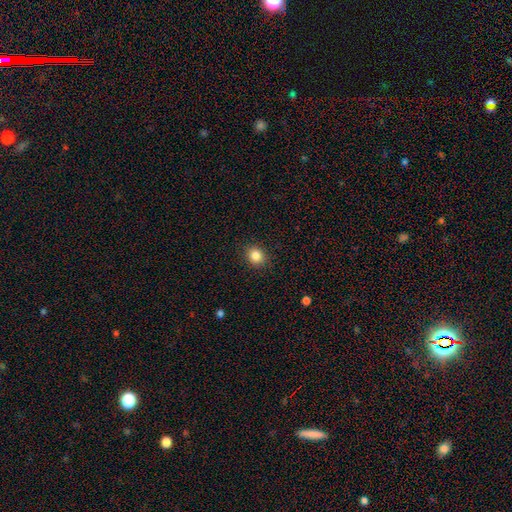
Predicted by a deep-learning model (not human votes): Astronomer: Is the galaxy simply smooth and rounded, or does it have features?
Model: smooth — 85%.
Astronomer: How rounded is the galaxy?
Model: round — 67%.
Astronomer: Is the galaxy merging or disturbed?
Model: none — 89%.